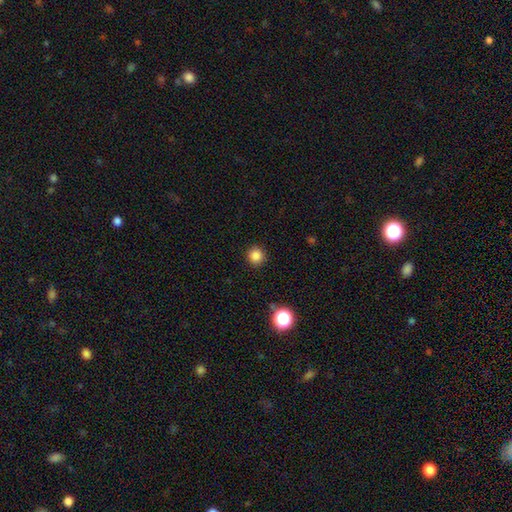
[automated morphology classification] A smooth galaxy with no disk features (84%) that is round (95%).

Vote fractions:
- Smooth or featured? smooth: 84% / star or artifact: 13% / featured or disk: 3%
- How rounded? round: 95% / in between: 4% / cigar-shaped: 1%
- Merging? none: 92% / minor disturbance: 5% / major disturbance: 2% / merger: 1%